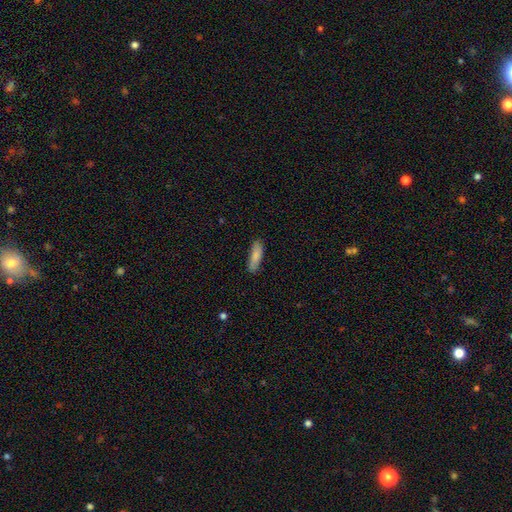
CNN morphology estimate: Smooth or featured? Predicted: smooth (p=0.84). How rounded? Predicted: cigar-shaped (p=0.58). Merging? Predicted: none (p=0.80).